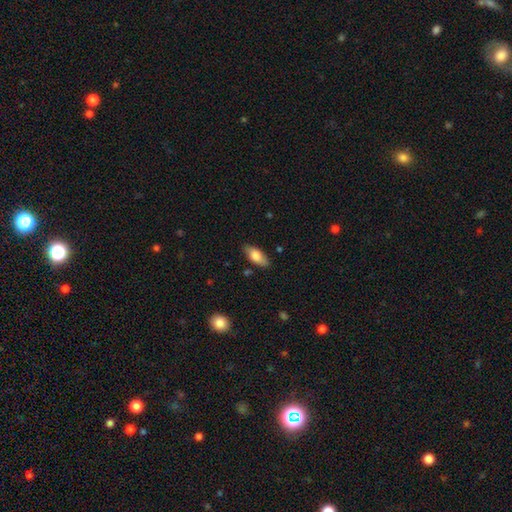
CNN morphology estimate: A smooth galaxy with no disk features (76%) that is in between round and cigar-shaped (85%). Merging: none (84%).